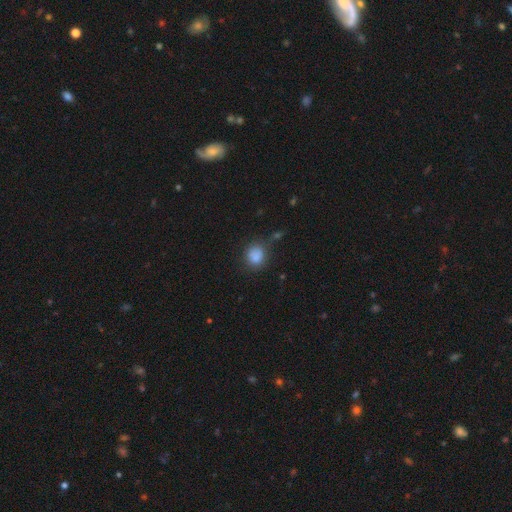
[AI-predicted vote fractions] The model was most divided on "merging": none: 63%, minor disturbance: 21%, merger: 8%, major disturbance: 8%. More confident: smooth or featured — smooth (83%); how rounded — round (74%).